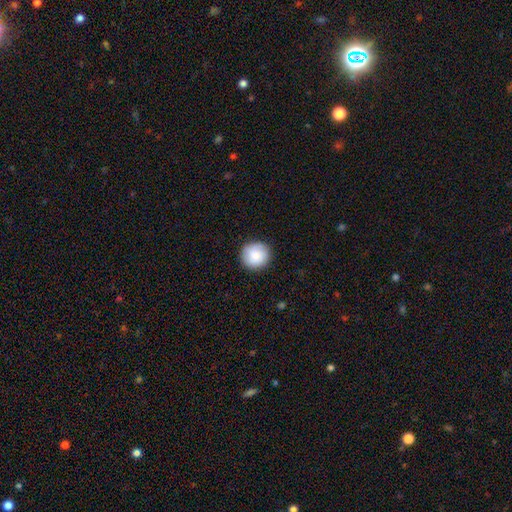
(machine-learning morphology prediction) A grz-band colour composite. It shows a smooth galaxy with no disk features (81%) that is round (94%). Merging: none (88%).